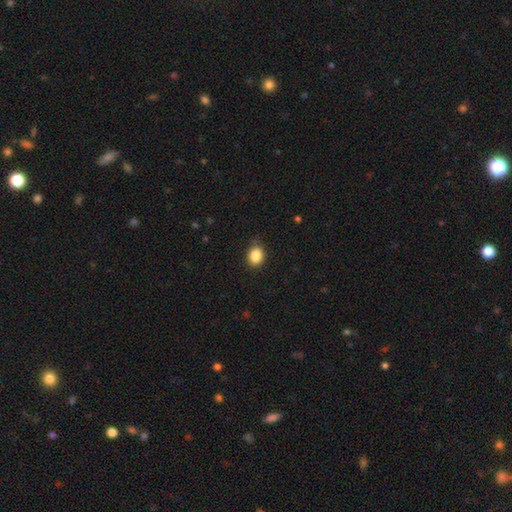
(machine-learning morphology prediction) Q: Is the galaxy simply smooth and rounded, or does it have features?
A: smooth — 87%.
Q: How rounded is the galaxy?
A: in between — 53%.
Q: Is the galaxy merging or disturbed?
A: none — 84%.